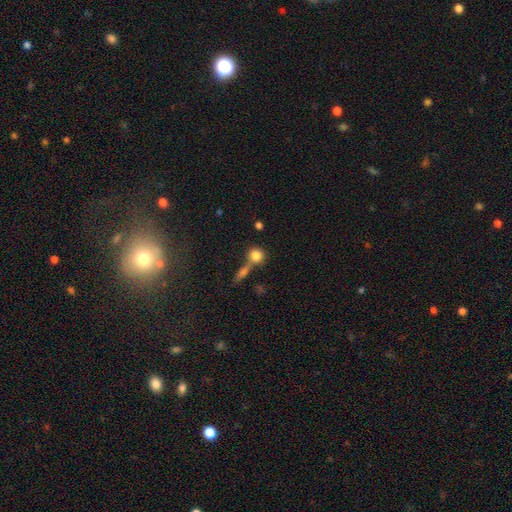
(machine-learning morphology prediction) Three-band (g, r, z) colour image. It shows a smooth galaxy with no disk features (80%) that is round (84%). Merging: none (49%).